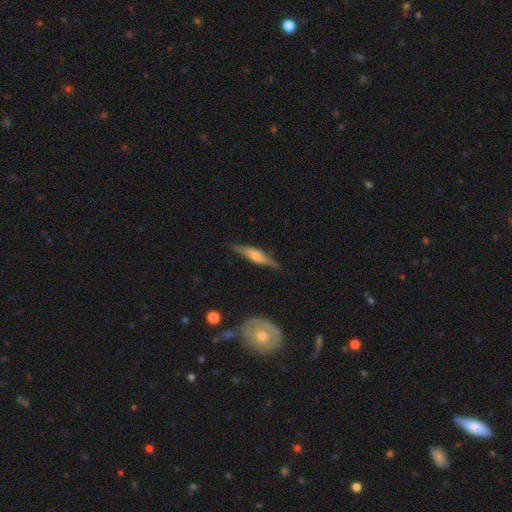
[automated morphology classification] This is likely a featured or disk galaxy (61%). It is clearly viewed edge-on (90%). Edge-on bulge: likely rounded (78%). Merging: likely none (80%).